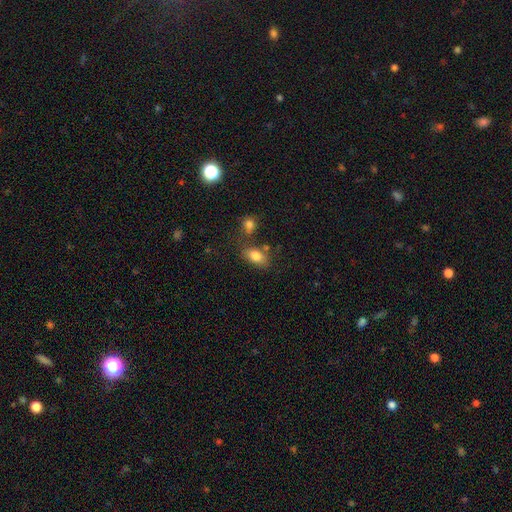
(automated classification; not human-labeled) This appears to be a smooth galaxy with no disk features (82%) that is in between round and cigar-shaped (87%). Merging: none (66%).